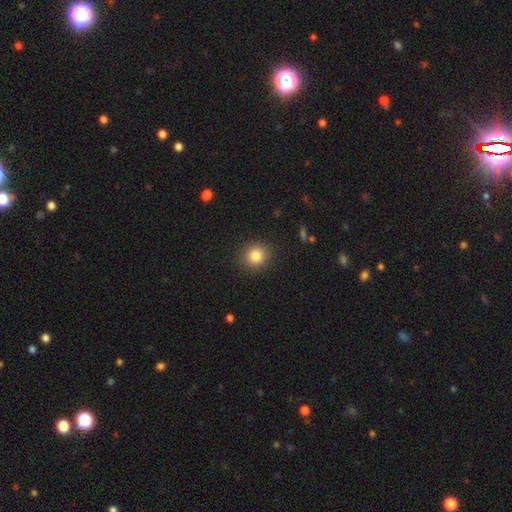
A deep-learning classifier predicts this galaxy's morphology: Smooth or featured? smooth (83%)
How rounded? round (87%)
Merging? none (90%)